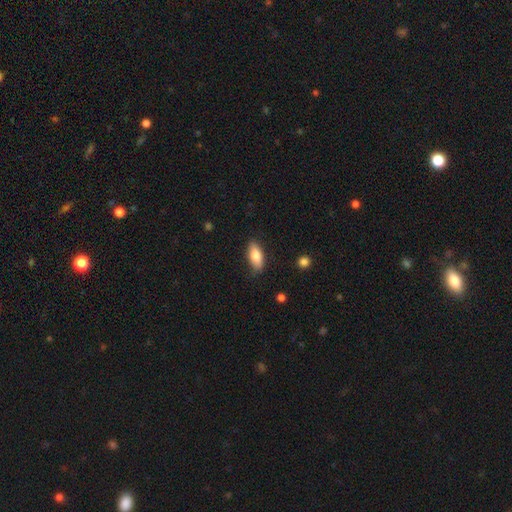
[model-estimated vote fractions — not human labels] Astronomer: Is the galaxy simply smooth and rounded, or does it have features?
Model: smooth — 78%.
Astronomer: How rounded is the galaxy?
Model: in between — 81%.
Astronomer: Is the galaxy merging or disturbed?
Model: none — 83%.